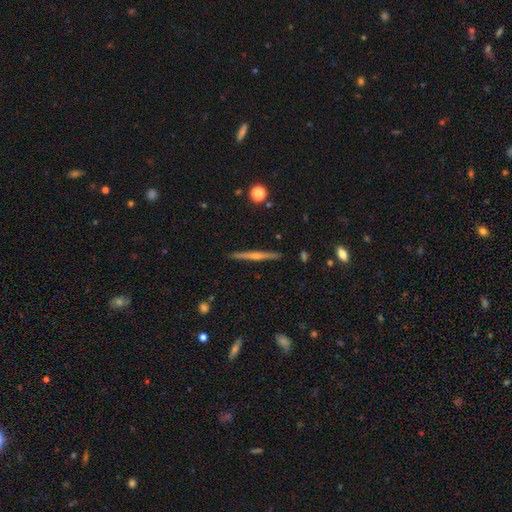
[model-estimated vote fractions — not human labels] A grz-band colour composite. It shows a featured or disk galaxy (67%) viewed edge-on (96%) with a rounded central bulge (76%). Merging: none (89%).